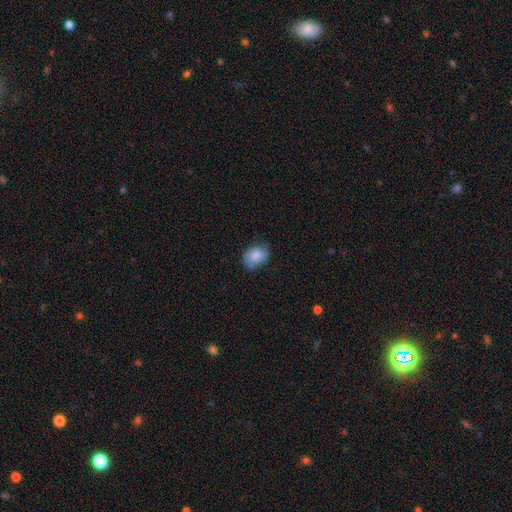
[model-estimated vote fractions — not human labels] smooth 84%, featured or disk 9%, star or artifact 7%. Down the decision tree: how rounded — in between (61%); merging — none (74%).